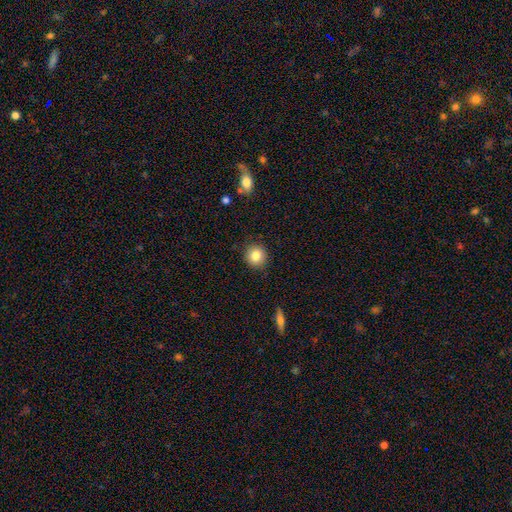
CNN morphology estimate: type=smooth (84%); roundness=round (90%); merging=none (89%).